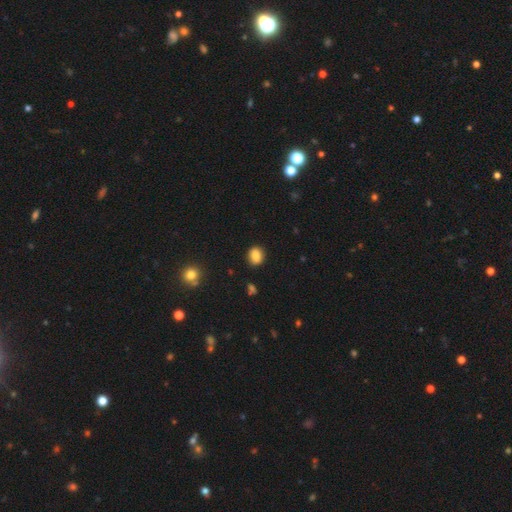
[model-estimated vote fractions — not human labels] smooth_or_featured: smooth (p=0.85) [alt: star or artifact p=0.10]
how_rounded: round (p=0.53) [alt: in between p=0.46]
merging: none (p=0.87) [alt: minor disturbance p=0.09]